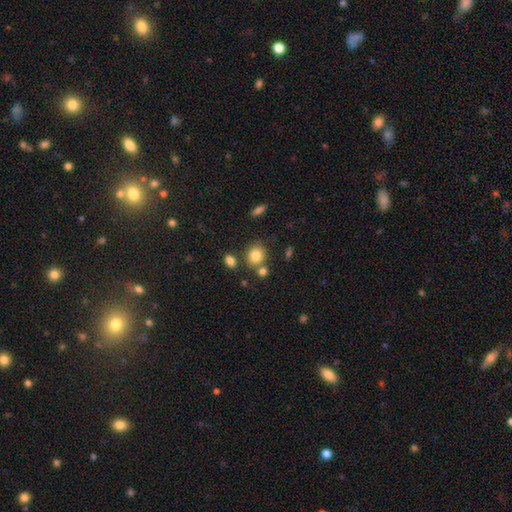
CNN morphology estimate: A smooth galaxy with no disk features (81%) that is round (64%). Merging: none (71%).